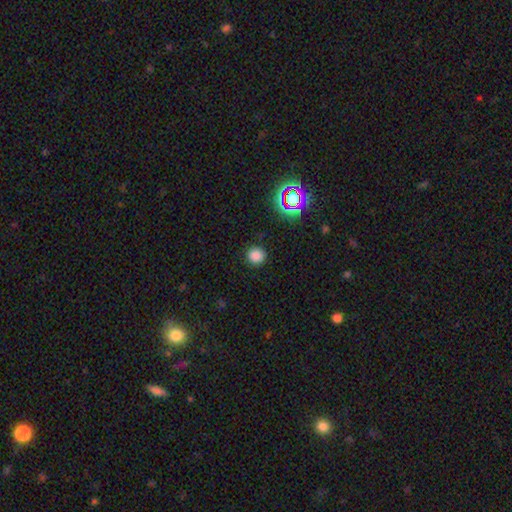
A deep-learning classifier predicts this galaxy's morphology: A smooth galaxy with no disk features (80%) that is round (92%). Merging: none (90%).